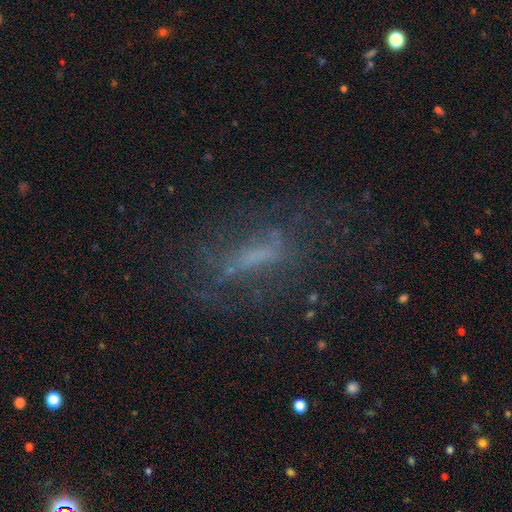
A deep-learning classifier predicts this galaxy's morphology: Q: Smooth or featured?
A: featured or disk (48%); runner-up: smooth (32%)
Q: Merging?
A: none (60%); runner-up: major disturbance (19%)